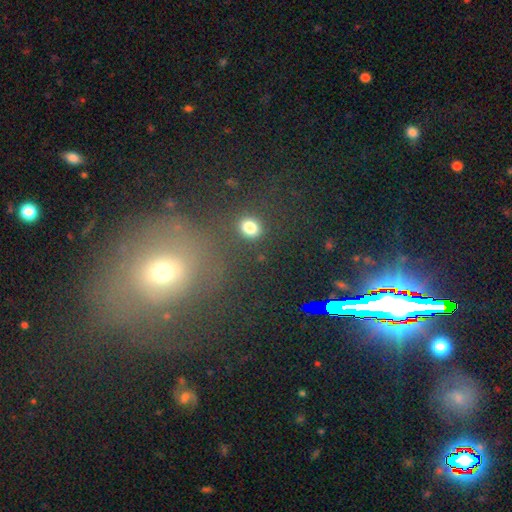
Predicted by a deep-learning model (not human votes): This is marginally a star or artifact rather than a galaxy (42%).